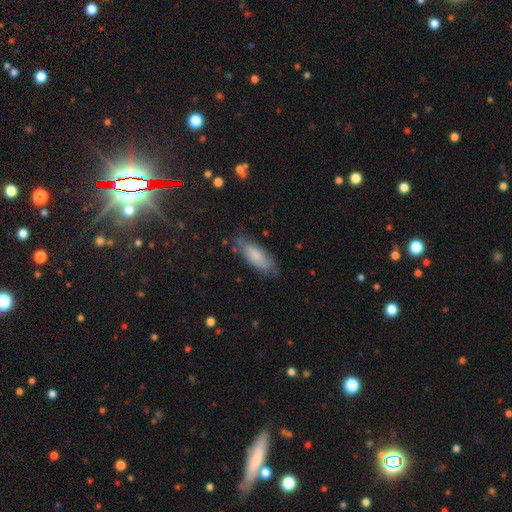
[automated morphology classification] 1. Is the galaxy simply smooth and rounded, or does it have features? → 75% smooth, 18% featured or disk, 7% star or artifact.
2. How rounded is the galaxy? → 70% in between, 28% cigar-shaped, 2% round.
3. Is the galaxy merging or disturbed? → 70% none, 22% minor disturbance, 5% major disturbance, 2% merger.